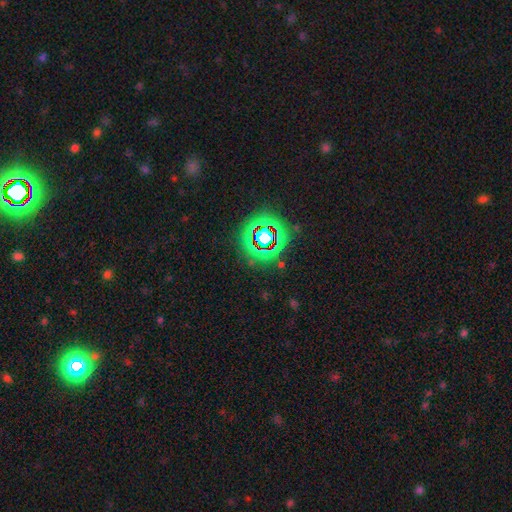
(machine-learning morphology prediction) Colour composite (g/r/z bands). It shows a star or artifact, not a galaxy (77%).